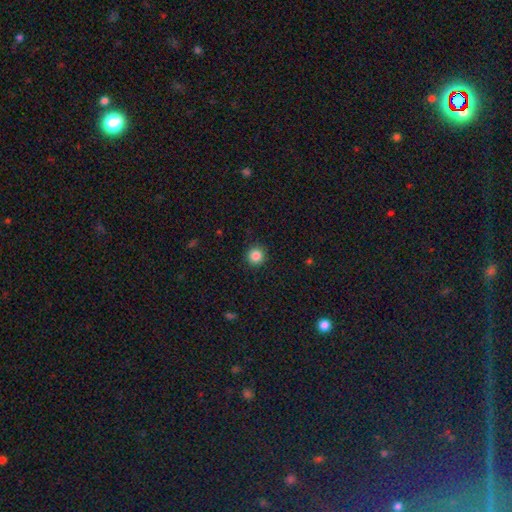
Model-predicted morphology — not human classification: smooth-or-featured: smooth: 85% | star or artifact: 11% | featured or disk: 4%
  how-rounded: round: 95% | in between: 4% | cigar-shaped: 1%
  merging: none: 92% | minor disturbance: 5% | major disturbance: 2% | merger: 1%